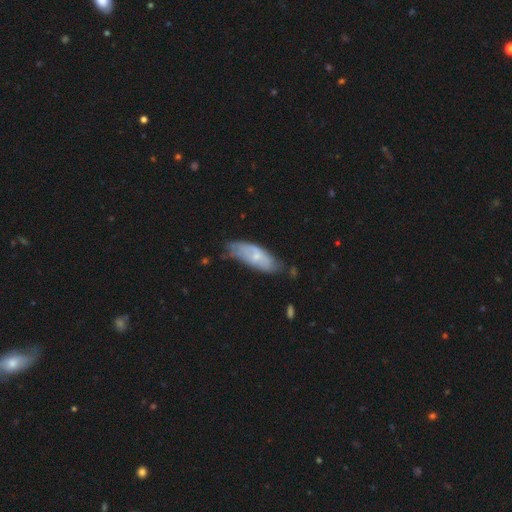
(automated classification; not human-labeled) Smooth or featured?
  - smooth: 52% *
  - featured or disk: 42%
  - star or artifact: 7%
How rounded?
  - in between: 71% *
  - cigar-shaped: 27%
  - round: 2%
Merging?
  - none: 54% *
  - minor disturbance: 33%
  - major disturbance: 9%
  - merger: 4%